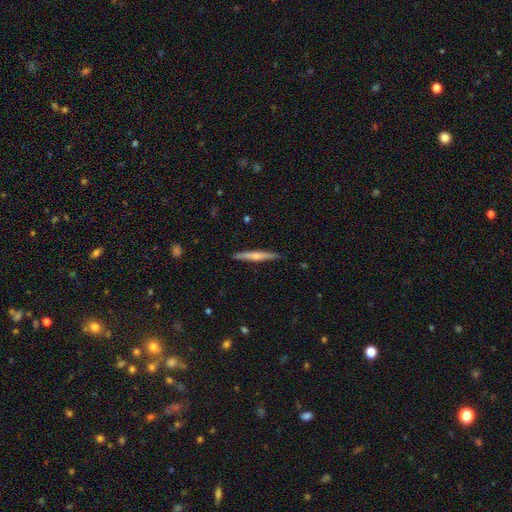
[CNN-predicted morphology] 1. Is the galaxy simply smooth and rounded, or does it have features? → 49% smooth, 45% featured or disk, 5% star or artifact.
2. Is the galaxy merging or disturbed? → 90% none, 8% minor disturbance, 1% major disturbance, 1% merger.